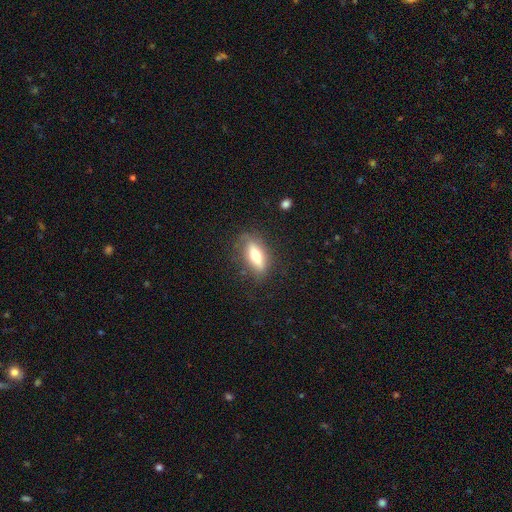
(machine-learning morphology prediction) Q: Smooth or featured?
A: smooth (59%); runner-up: featured or disk (34%)
Q: How rounded?
A: in between (60%); runner-up: cigar-shaped (36%)
Q: Merging?
A: none (78%); runner-up: minor disturbance (15%)